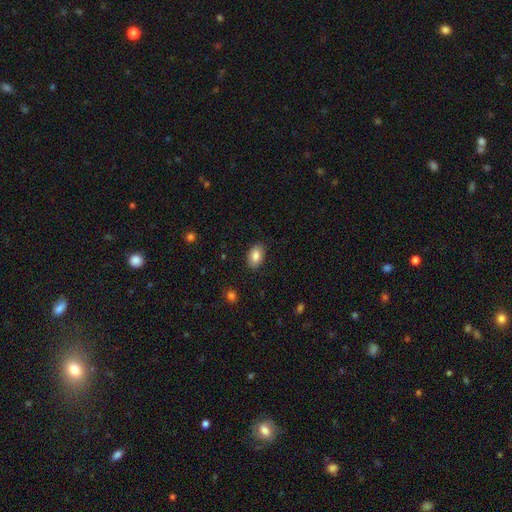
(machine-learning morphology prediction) The model was most divided on "smooth or featured": smooth: 84%, featured or disk: 9%, star or artifact: 7%. More confident: how rounded — in between (90%); merging — none (86%).